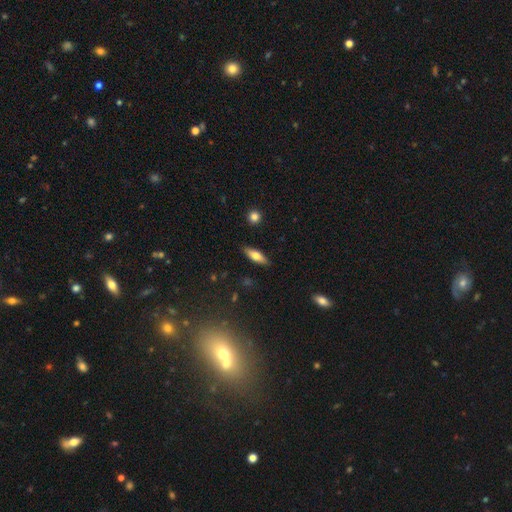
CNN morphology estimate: smooth_or_featured: smooth (p=0.65) [alt: featured or disk p=0.28]
how_rounded: in between (p=0.55) [alt: cigar-shaped p=0.42]
merging: none (p=0.87) [alt: minor disturbance p=0.09]